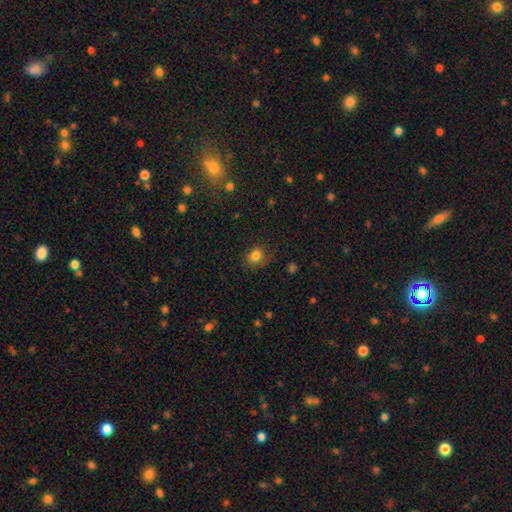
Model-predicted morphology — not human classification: A smooth galaxy with no disk features (82%) that is round (59%).

Vote fractions:
- Smooth or featured? smooth: 82% / star or artifact: 12% / featured or disk: 6%
- How rounded? round: 59% / in between: 40% / cigar-shaped: 1%
- Merging? none: 74% / minor disturbance: 19% / major disturbance: 6% / merger: 1%